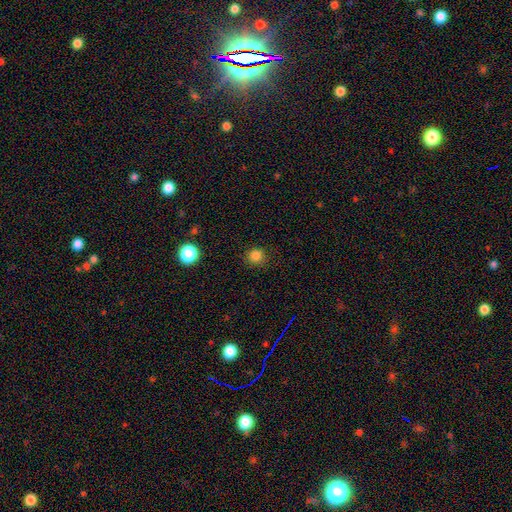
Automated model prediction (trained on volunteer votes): This appears to be a smooth galaxy with no disk features (83%) that is round (93%). Merging: none (88%).